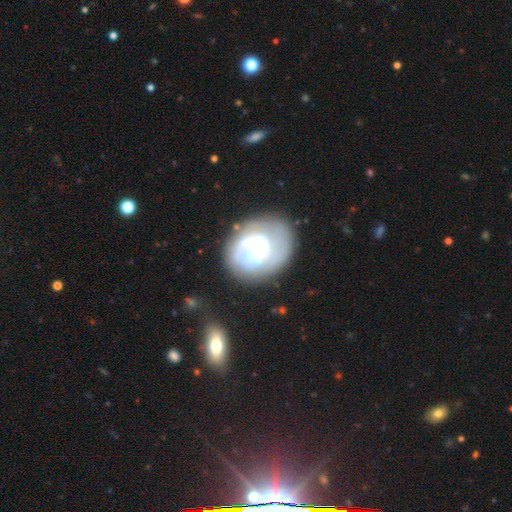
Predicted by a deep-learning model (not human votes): This is likely a featured or disk galaxy (61%). It is clearly not viewed edge-on (98%). Bar: possibly no (53%). Spiral arm pattern: possibly yes (55%). Central bulge: marginally moderate (29%). Merging: possibly none (56%).